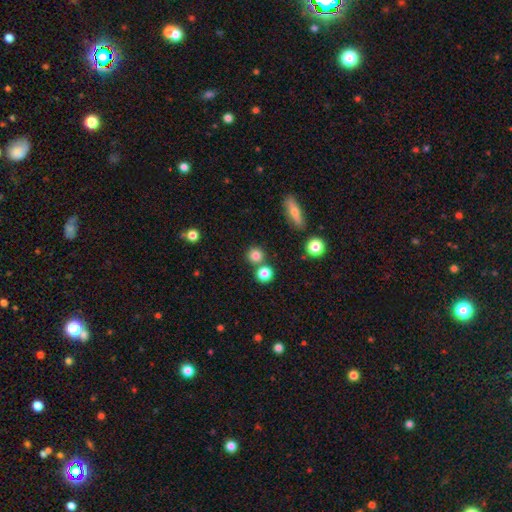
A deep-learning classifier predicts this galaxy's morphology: This appears to be a smooth galaxy with no disk features (80%) that is round (90%). Merging: none (70%).